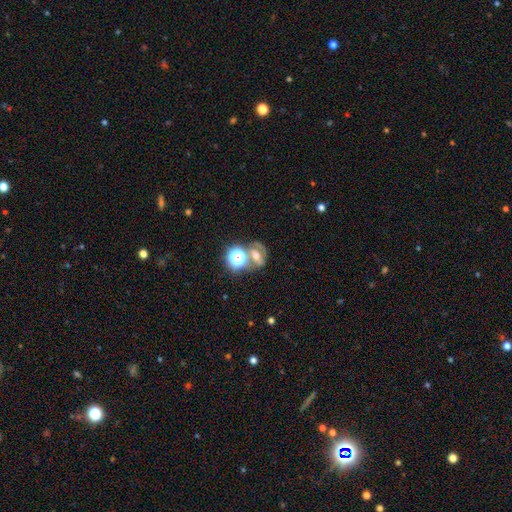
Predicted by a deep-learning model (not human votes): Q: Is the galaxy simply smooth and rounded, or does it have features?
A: featured or disk — 40%.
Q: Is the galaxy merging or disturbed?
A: none — 49%.